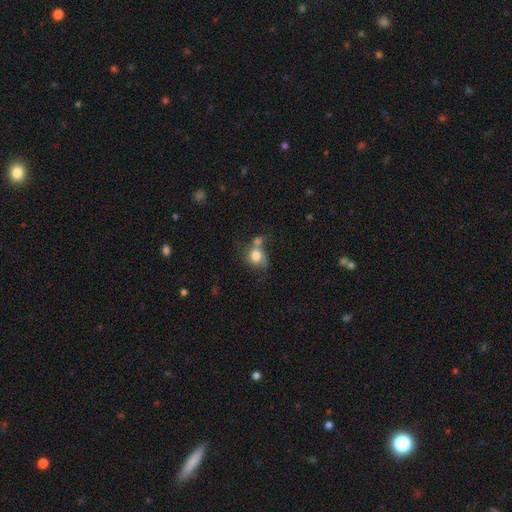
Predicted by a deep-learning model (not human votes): A smooth galaxy with no disk features (75%) that is round (64%). Merging: merger (45%).